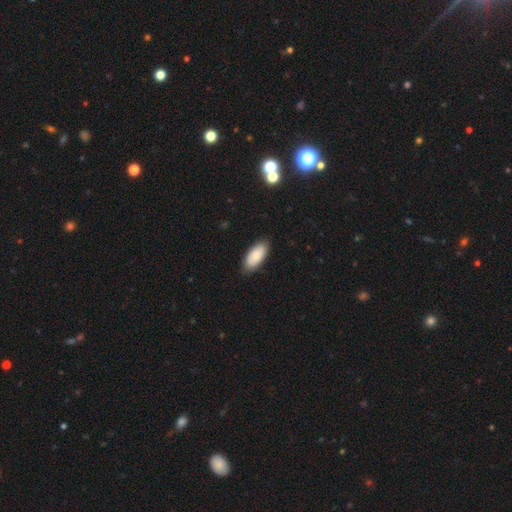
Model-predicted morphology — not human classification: Smooth or featured?
  - smooth: 86% *
  - featured or disk: 8%
  - star or artifact: 6%
How rounded?
  - in between: 91% *
  - cigar-shaped: 8%
  - round: 2%
Merging?
  - none: 85% *
  - minor disturbance: 12%
  - major disturbance: 2%
  - merger: 1%